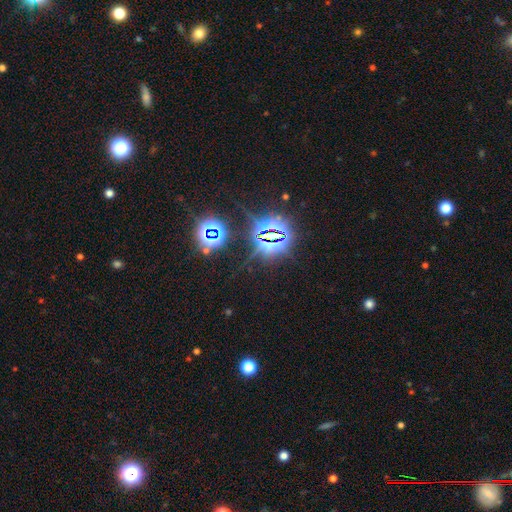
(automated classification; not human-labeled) Overall: star or artifact (82%).